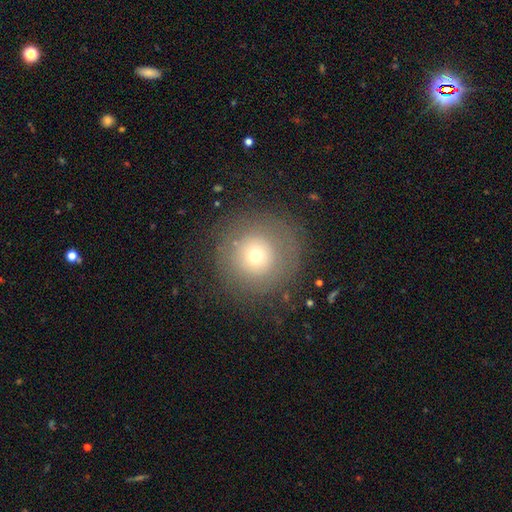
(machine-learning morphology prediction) smooth 64%, featured or disk 21%, star or artifact 15%. Down the decision tree: how rounded — round (95%); merging — none (80%).